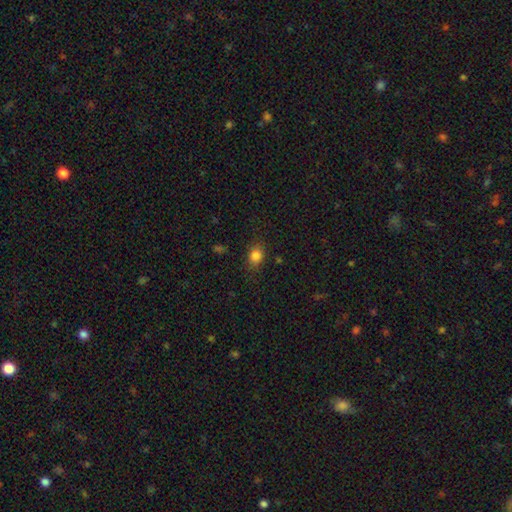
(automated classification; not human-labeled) This appears to be a smooth galaxy with no disk features (83%) that is in between round and cigar-shaped (50%). Merging: none (83%).